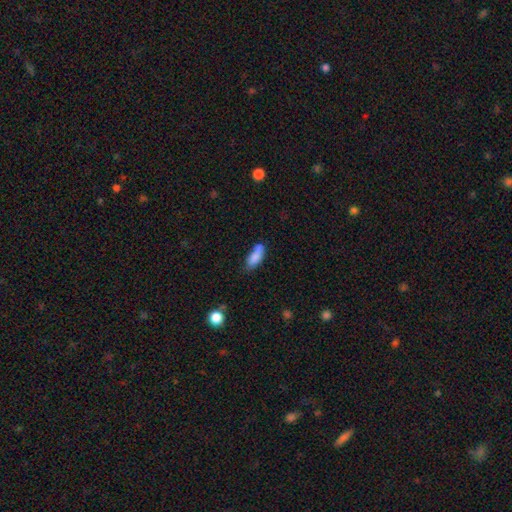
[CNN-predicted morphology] Smooth or featured?
  - smooth: 83% *
  - featured or disk: 9%
  - star or artifact: 8%
How rounded?
  - in between: 70% *
  - cigar-shaped: 28%
  - round: 2%
Merging?
  - none: 54% *
  - minor disturbance: 28%
  - merger: 10%
  - major disturbance: 7%